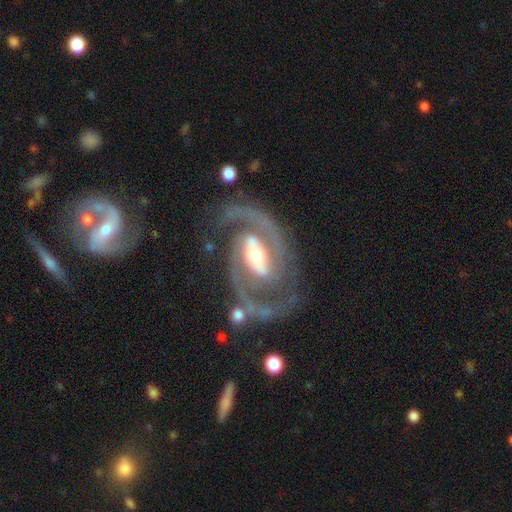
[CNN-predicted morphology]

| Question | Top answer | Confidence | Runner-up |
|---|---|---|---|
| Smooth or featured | featured or disk | 93% | star or artifact (4%) |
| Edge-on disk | no | 97% | yes (3%) |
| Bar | strong | 48% | weak (35%) |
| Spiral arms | yes | 98% | no (2%) |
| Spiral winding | medium | 55% | tight (36%) |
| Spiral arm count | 2 | 92% | 3 (2%) |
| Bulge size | moderate | 59% | small (29%) |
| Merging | none | 75% | minor disturbance (15%) |